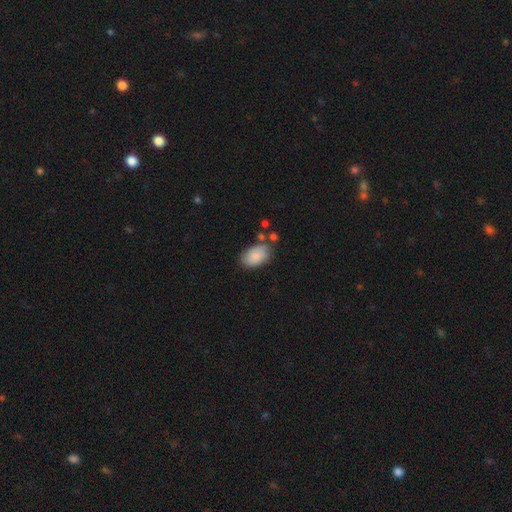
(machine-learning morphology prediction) smooth-or-featured: smooth: 83% | featured or disk: 10% | star or artifact: 7%
  how-rounded: in between: 91% | round: 7% | cigar-shaped: 1%
  merging: none: 66% | minor disturbance: 21% | merger: 8% | major disturbance: 5%